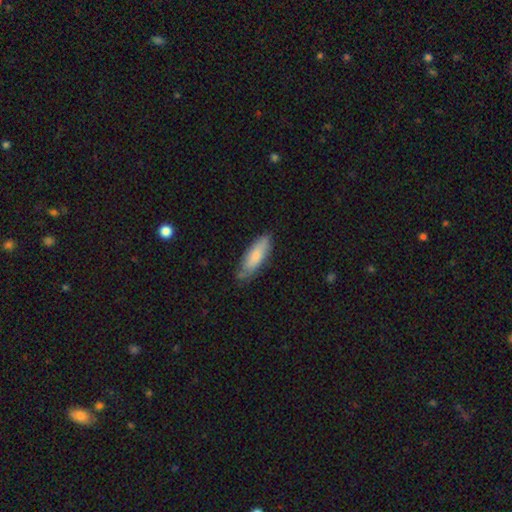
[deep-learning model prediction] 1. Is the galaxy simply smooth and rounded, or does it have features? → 73% smooth, 21% featured or disk, 6% star or artifact.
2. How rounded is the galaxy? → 60% in between, 38% cigar-shaped, 2% round.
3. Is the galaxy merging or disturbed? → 70% none, 24% minor disturbance, 4% major disturbance, 2% merger.